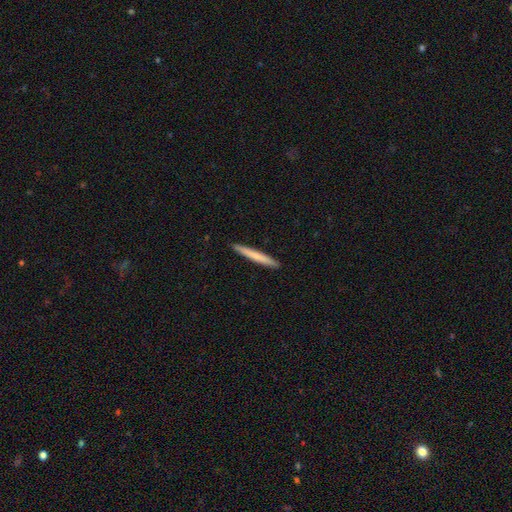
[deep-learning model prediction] Smooth or featured: smooth — 68% (featured or disk — 27%)
How rounded: cigar-shaped — 97% (in between — 2%)
Merging: none — 92% (minor disturbance — 5%)